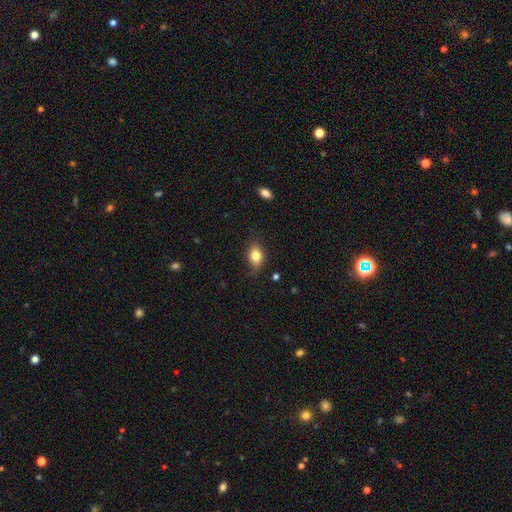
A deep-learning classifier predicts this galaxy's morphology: type=smooth (80%); roundness=in between (73%); merging=none (72%).